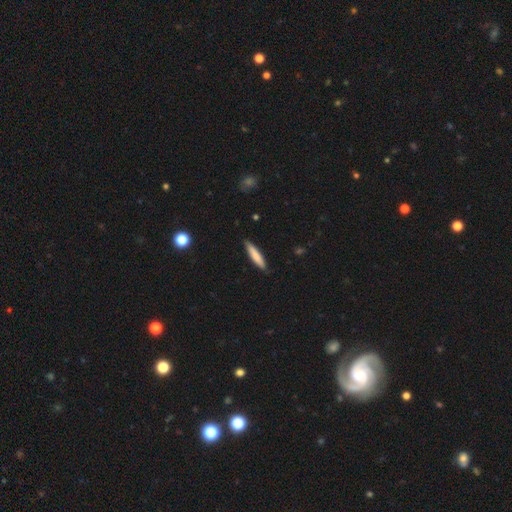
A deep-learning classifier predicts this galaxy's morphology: Overall: smooth (77%). How rounded: cigar-shaped (88%). Merging: none (86%).